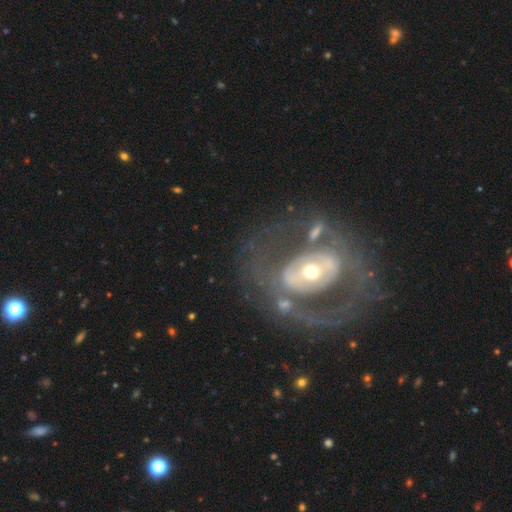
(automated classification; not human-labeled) Q: Smooth or featured?
A: featured or disk (75%); runner-up: smooth (18%)
Q: Edge-on disk?
A: no (94%); runner-up: yes (6%)
Q: Bar?
A: no (59%); runner-up: weak (23%)
Q: Spiral arms?
A: no (58%); runner-up: yes (42%)
Q: Bulge size?
A: moderate (52%); runner-up: small (33%)
Q: Merging?
A: none (68%); runner-up: major disturbance (15%)